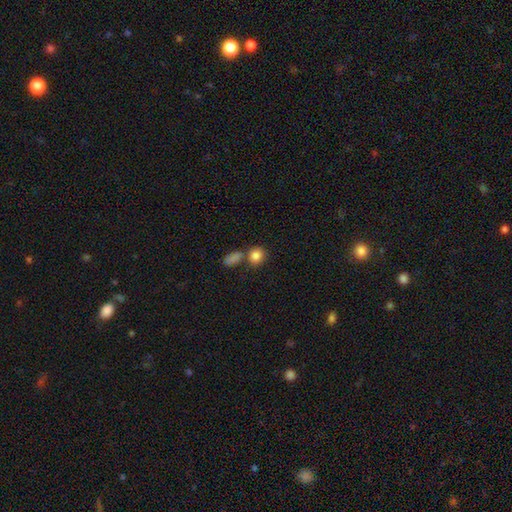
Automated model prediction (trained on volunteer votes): Smooth or featured? smooth (84%)
How rounded? round (71%)
Merging? none (58%)